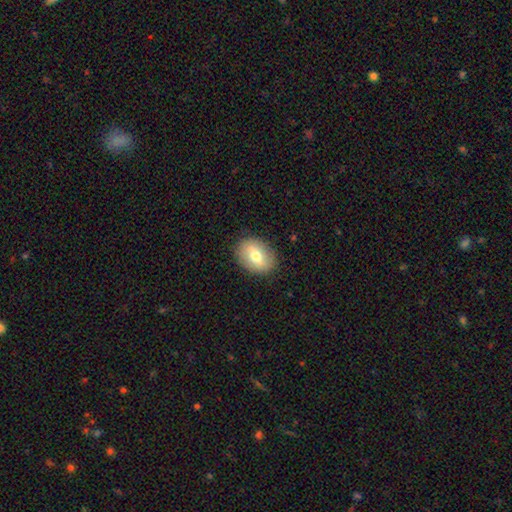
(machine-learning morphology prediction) Smooth or featured? smooth (67%)
How rounded? in between (68%)
Merging? none (87%)